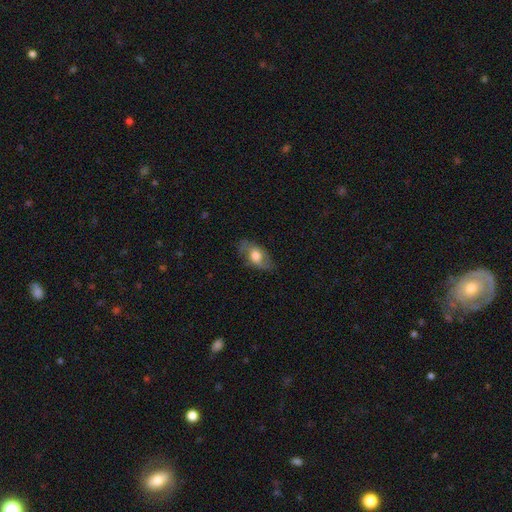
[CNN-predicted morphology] This is possibly a smooth galaxy (51%). How rounded: clearly in between (87%). Merging: likely none (73%).